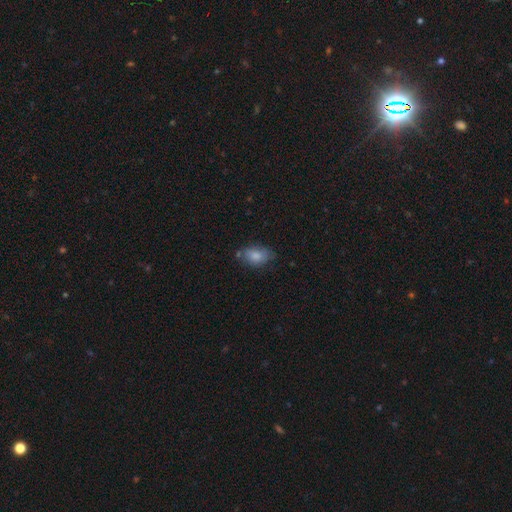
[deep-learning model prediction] Morphology: type=smooth (81%); roundness=in between (86%); merging=none (62%).